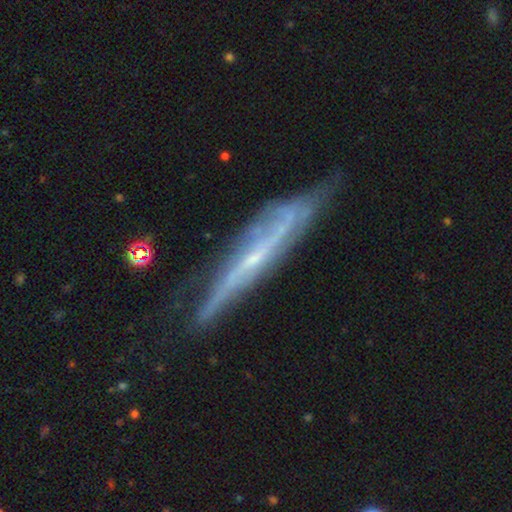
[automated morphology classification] Smooth or featured: featured or disk — 78% (smooth — 15%)
Edge-on disk: yes — 68% (no — 32%)
Edge-on bulge: none — 53% (rounded — 41%)
Merging: none — 61% (minor disturbance — 27%)